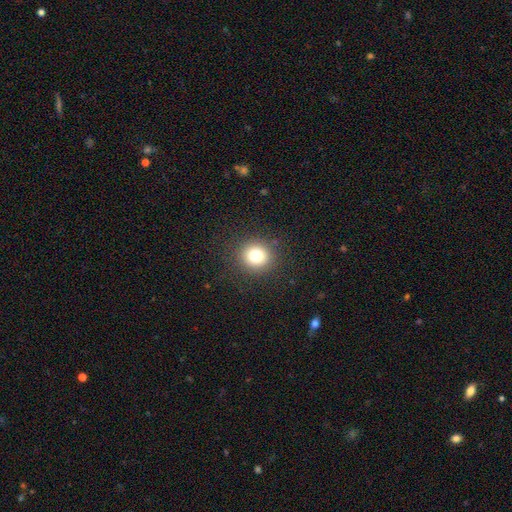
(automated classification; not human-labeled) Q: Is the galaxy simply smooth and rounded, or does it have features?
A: smooth — 77%.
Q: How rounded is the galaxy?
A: round — 92%.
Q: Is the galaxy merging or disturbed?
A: none — 90%.